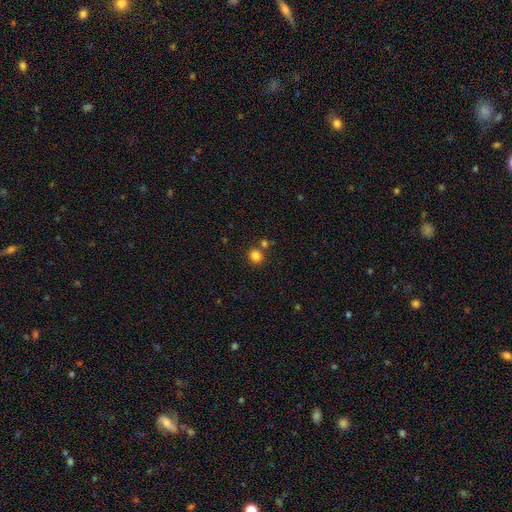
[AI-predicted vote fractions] The model was most divided on "merging": none: 76%, merger: 13%, minor disturbance: 8%, major disturbance: 3%. More confident: how rounded — round (86%); smooth or featured — smooth (83%).